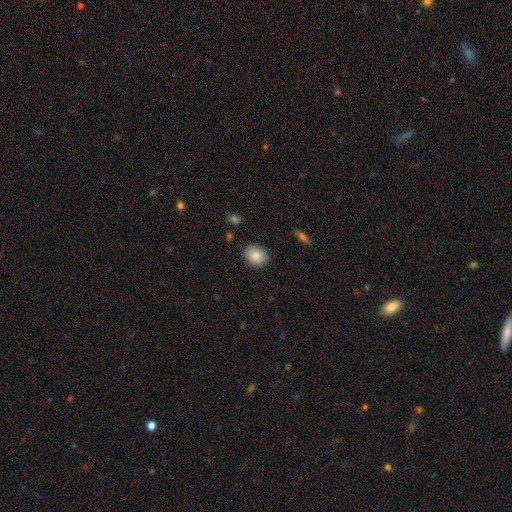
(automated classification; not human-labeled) smooth-or-featured: smooth: 85% | star or artifact: 8% | featured or disk: 7%
  how-rounded: round: 53% | in between: 46% | cigar-shaped: 1%
  merging: none: 87% | minor disturbance: 10% | major disturbance: 2% | merger: 1%